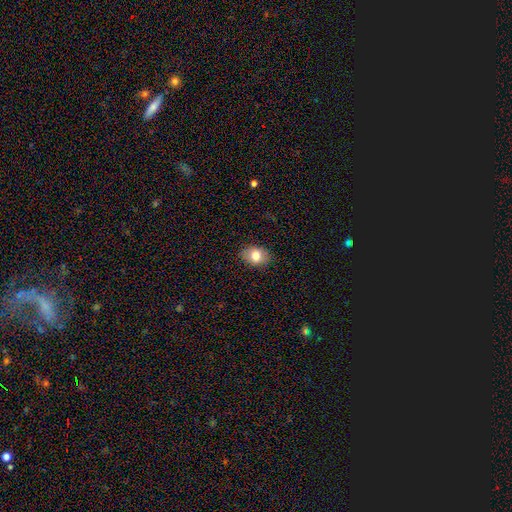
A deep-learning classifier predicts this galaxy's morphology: A smooth galaxy with no disk features (79%) that is in between round and cigar-shaped (76%). Merging: none (87%).